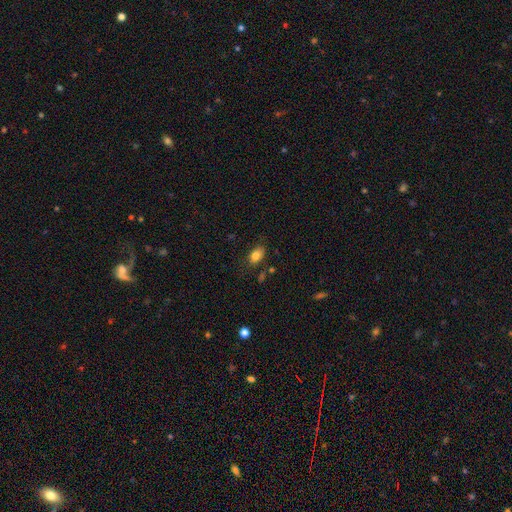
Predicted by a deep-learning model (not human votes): The model was most divided on "merging": none: 77%, minor disturbance: 16%, major disturbance: 4%, merger: 3%. More confident: how rounded — in between (87%); smooth or featured — smooth (83%).